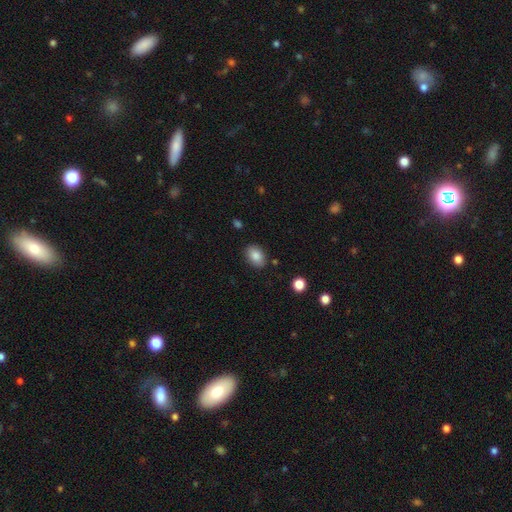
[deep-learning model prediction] The model was most divided on "how rounded": in between: 80%, round: 19%, cigar-shaped: 1%. More confident: smooth or featured — smooth (85%); merging — none (85%).